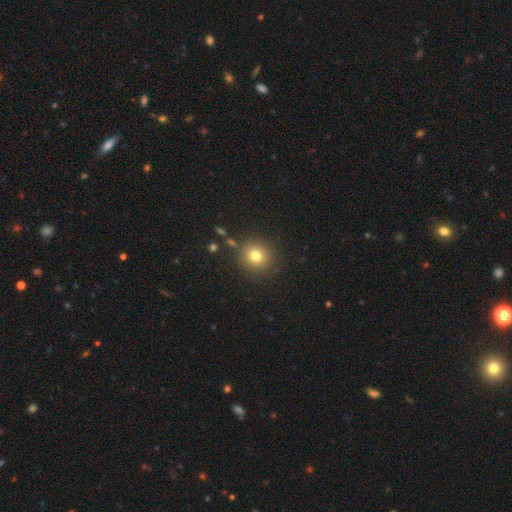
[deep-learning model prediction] This is likely a smooth galaxy (79%). How rounded: clearly round (88%). Merging: clearly none (86%).